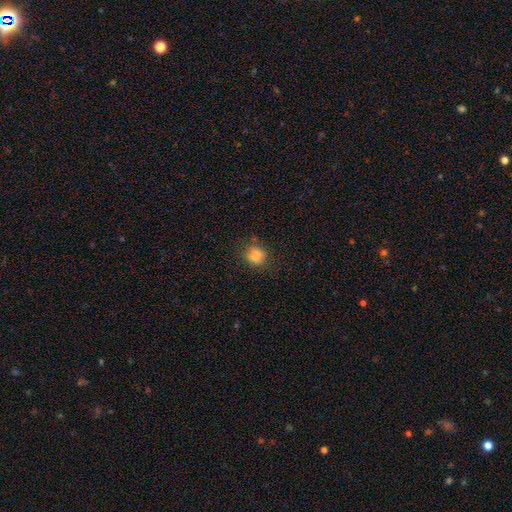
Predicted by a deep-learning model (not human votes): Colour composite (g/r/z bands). It shows a smooth galaxy with no disk features (78%) that is round (72%). Merging: none (68%).